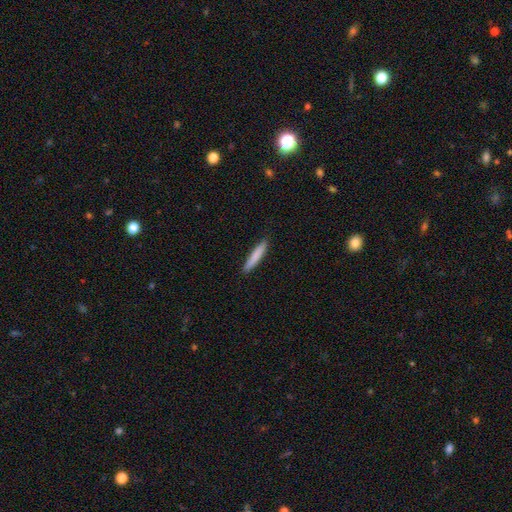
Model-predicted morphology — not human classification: smooth-or-featured: smooth: 82% | featured or disk: 13% | star or artifact: 5%
  how-rounded: cigar-shaped: 92% | in between: 6% | round: 1%
  merging: none: 90% | minor disturbance: 8% | major disturbance: 1% | merger: 1%